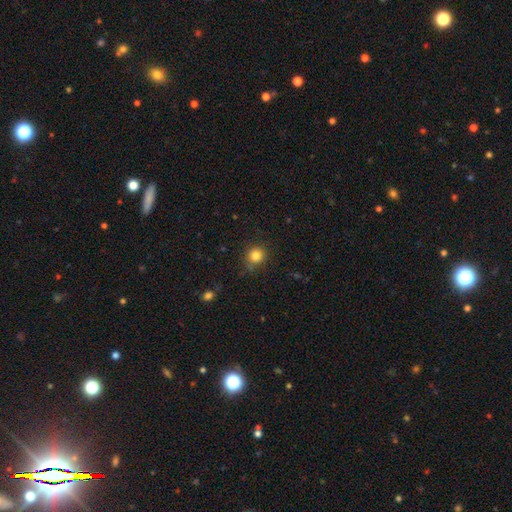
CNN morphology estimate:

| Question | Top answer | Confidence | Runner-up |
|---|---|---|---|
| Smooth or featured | smooth | 83% | star or artifact (12%) |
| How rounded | round | 90% | in between (9%) |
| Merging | none | 83% | minor disturbance (13%) |